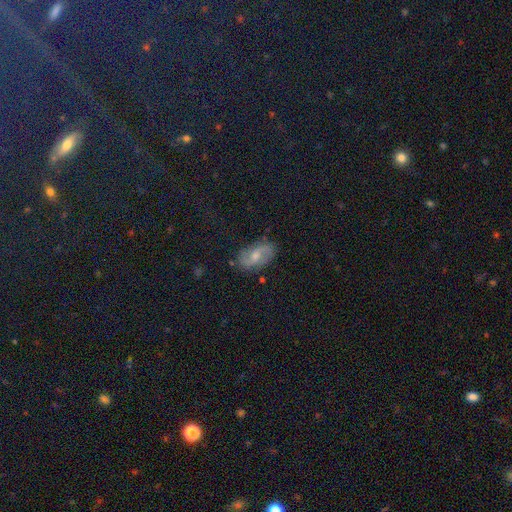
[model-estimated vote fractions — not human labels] This appears to be a featured or disk galaxy (65%) with a weak bar (52%), 2 (89%) loose (45%) spiral arms (90%) and a moderate central bulge (57%). Merging: none (80%).